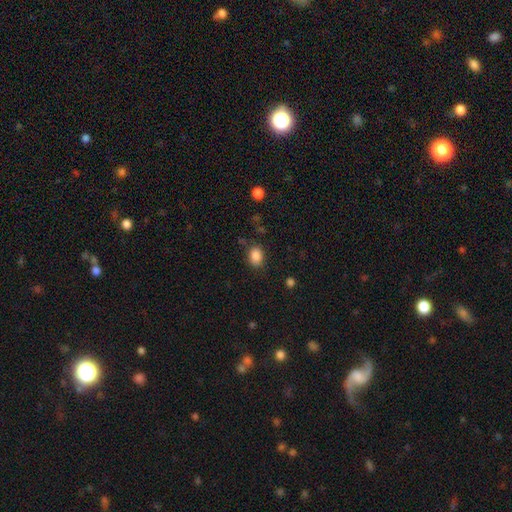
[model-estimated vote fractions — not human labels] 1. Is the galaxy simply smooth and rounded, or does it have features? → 86% smooth, 10% star or artifact, 4% featured or disk.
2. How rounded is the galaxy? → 70% in between, 29% round, 1% cigar-shaped.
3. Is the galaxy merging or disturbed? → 80% none, 14% minor disturbance, 4% major disturbance, 2% merger.